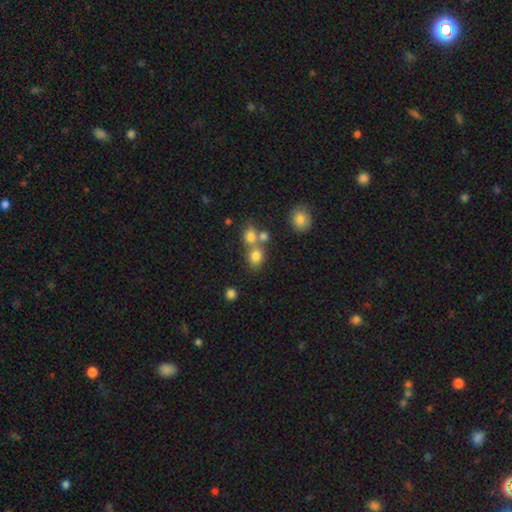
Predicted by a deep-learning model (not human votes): Morphology: type=smooth (76%); roundness=round (72%); merging=none (50%).